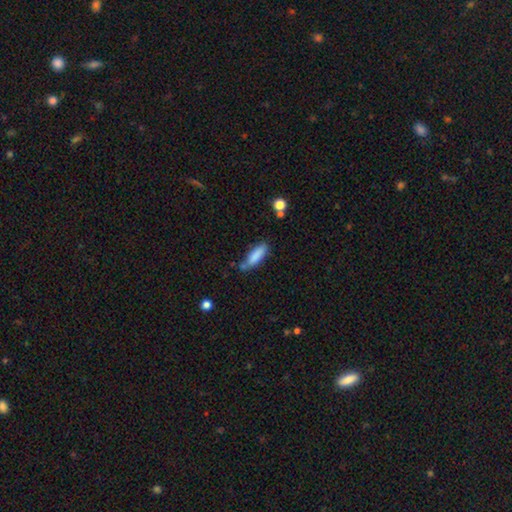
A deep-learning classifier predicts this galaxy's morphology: smooth-or-featured: smooth: 85% | featured or disk: 8% | star or artifact: 7%
  how-rounded: in between: 54% | cigar-shaped: 44% | round: 2%
  merging: none: 65% | minor disturbance: 21% | merger: 10% | major disturbance: 4%